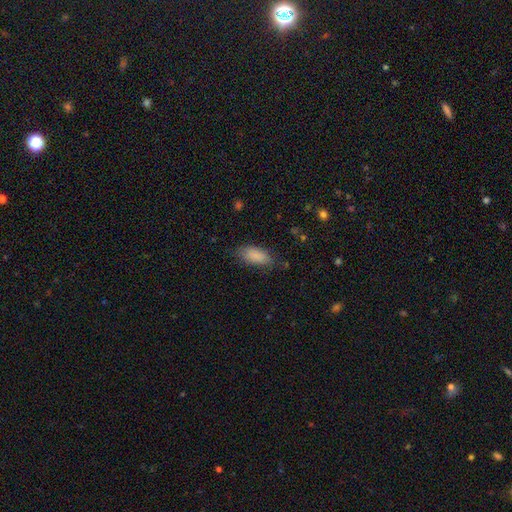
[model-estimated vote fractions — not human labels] This appears to be a smooth galaxy with no disk features (86%) that is in between round and cigar-shaped (87%). Merging: none (70%).